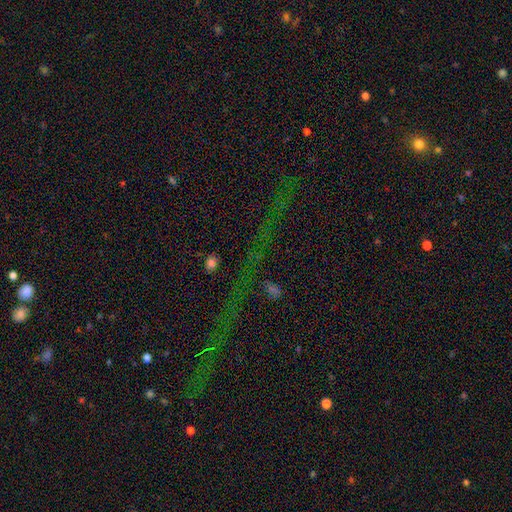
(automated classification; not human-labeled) Overall: star or artifact (73%).